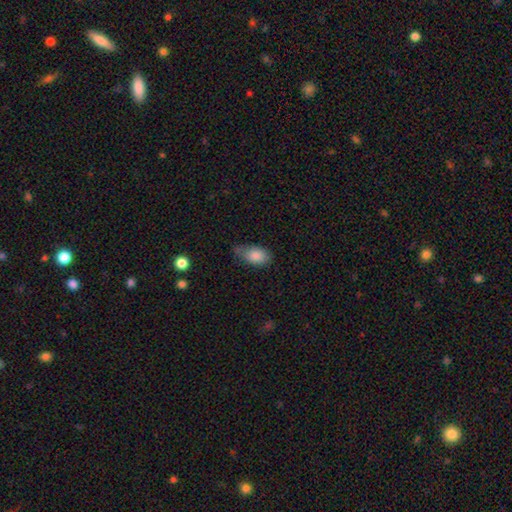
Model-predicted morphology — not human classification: The model was most divided on "merging": none: 43%, minor disturbance: 42%, major disturbance: 12%, merger: 3%. More confident: how rounded — in between (89%); smooth or featured — smooth (85%).